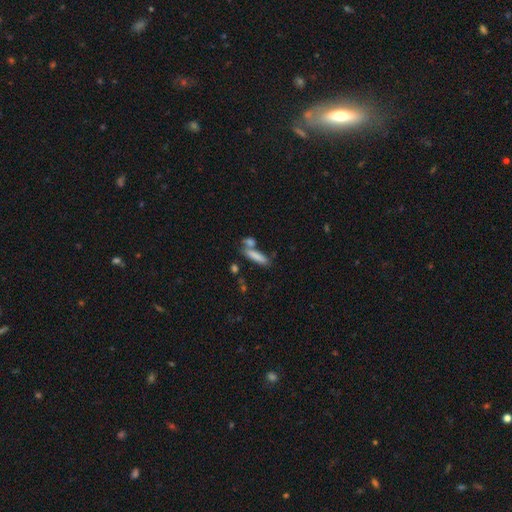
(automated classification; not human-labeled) smooth-or-featured: smooth: 80% | featured or disk: 12% | star or artifact: 8%
  how-rounded: cigar-shaped: 69% | in between: 28% | round: 2%
  merging: none: 54% | merger: 28% | minor disturbance: 12% | major disturbance: 5%